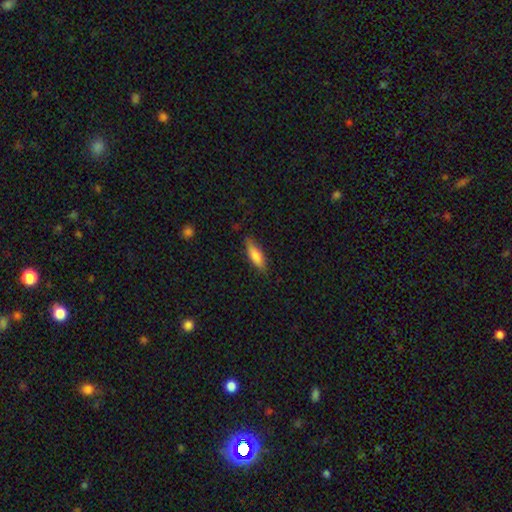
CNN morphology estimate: type=smooth (78%); roundness=in between (51%); merging=none (79%).